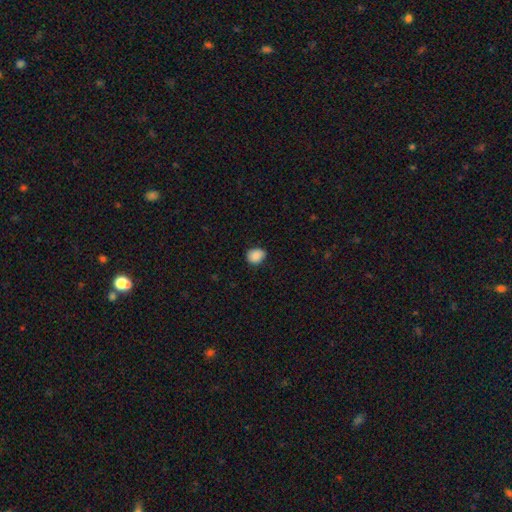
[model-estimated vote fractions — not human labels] Smooth or featured? smooth (88%)
How rounded? round (56%)
Merging? none (78%)